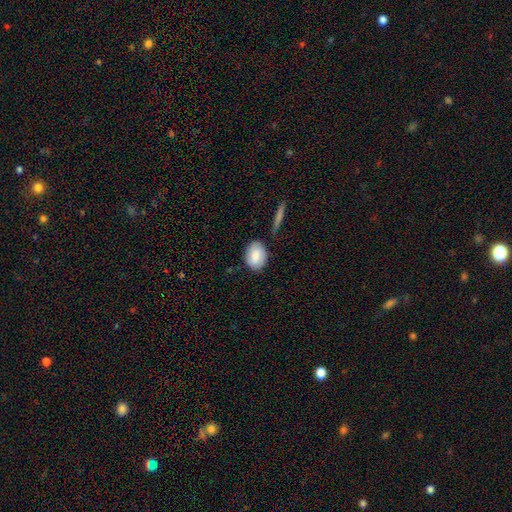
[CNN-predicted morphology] type=smooth (84%); roundness=in between (74%); merging=none (76%).